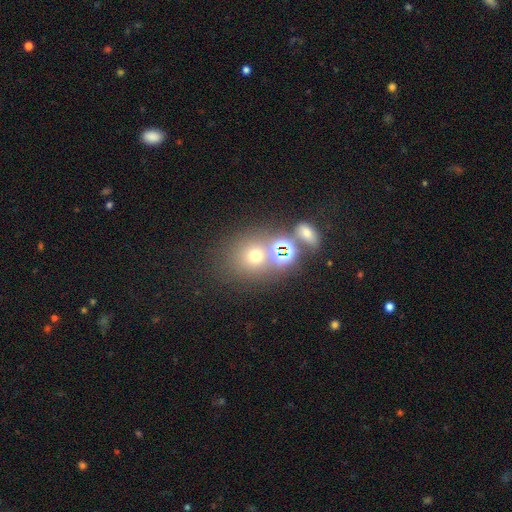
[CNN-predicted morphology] smooth 61%, star or artifact 26%, featured or disk 13%. Down the decision tree: how rounded — round (79%); merging — none (60%).